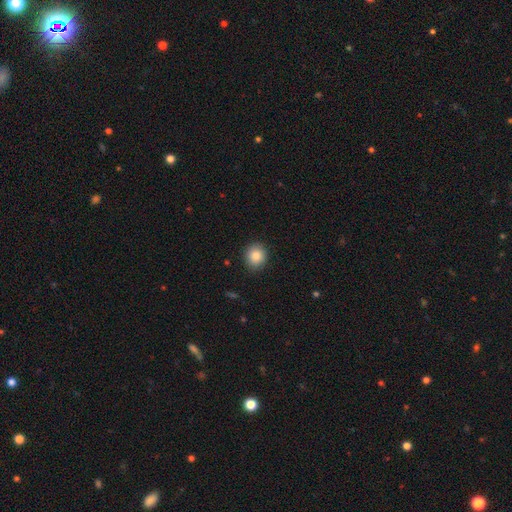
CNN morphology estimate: Q: Smooth or featured?
A: smooth (86%); runner-up: star or artifact (9%)
Q: How rounded?
A: round (79%); runner-up: in between (20%)
Q: Merging?
A: none (88%); runner-up: minor disturbance (9%)